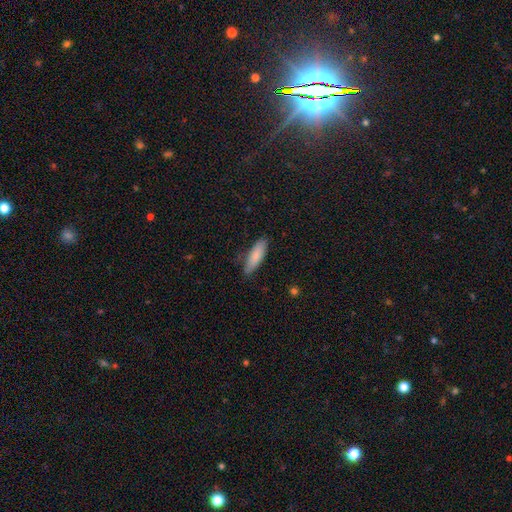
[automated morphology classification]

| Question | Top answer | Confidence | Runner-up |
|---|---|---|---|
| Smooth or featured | smooth | 83% | featured or disk (12%) |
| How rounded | in between | 50% | cigar-shaped (49%) |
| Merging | none | 77% | minor disturbance (18%) |